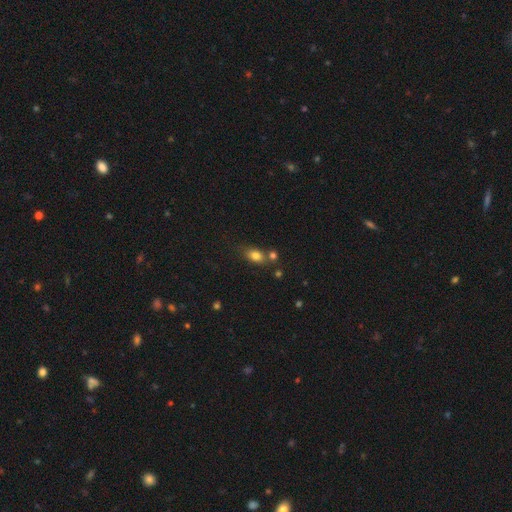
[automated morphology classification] A smooth galaxy with no disk features (80%) that is in between round and cigar-shaped (75%). Merging: none (58%).